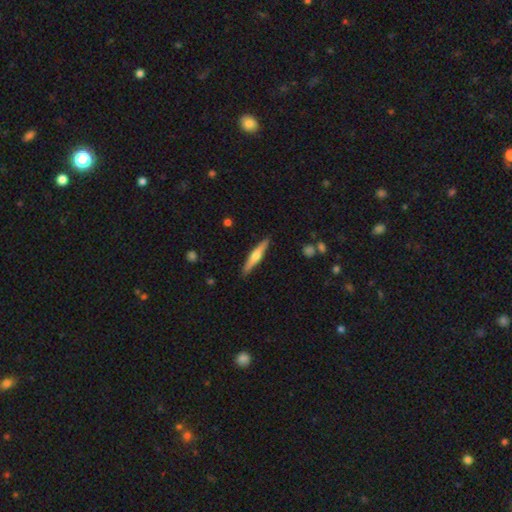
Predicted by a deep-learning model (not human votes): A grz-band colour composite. It shows a featured or disk galaxy (58%) viewed edge-on (97%) with a rounded central bulge (89%). Merging: none (89%).